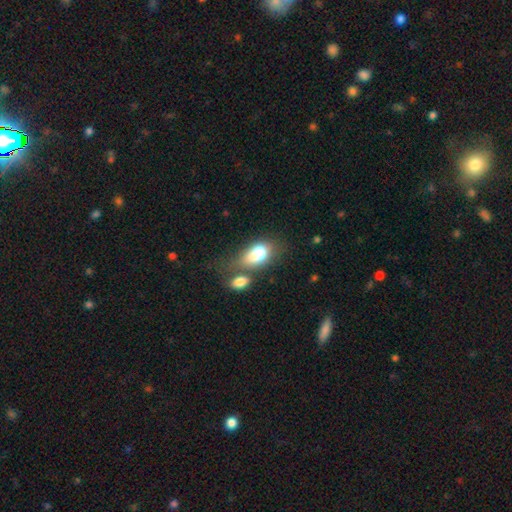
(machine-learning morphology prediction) smooth_or_featured: smooth (p=0.74) [alt: featured or disk p=0.17]
how_rounded: in between (p=0.85) [alt: round p=0.11]
merging: merger (p=0.46) [alt: none p=0.27]